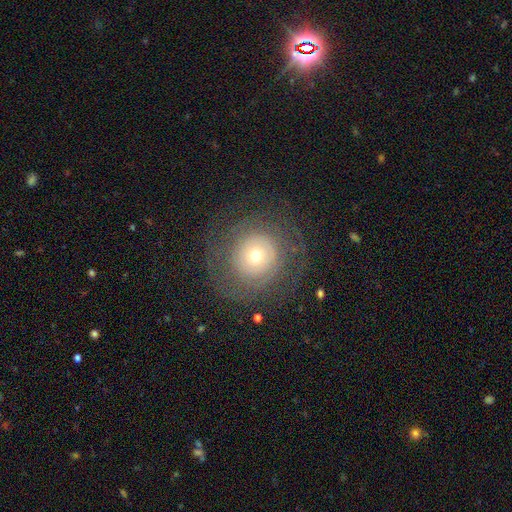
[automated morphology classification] type=featured or disk (51%); edge-on=no (96%); merging=none (75%).